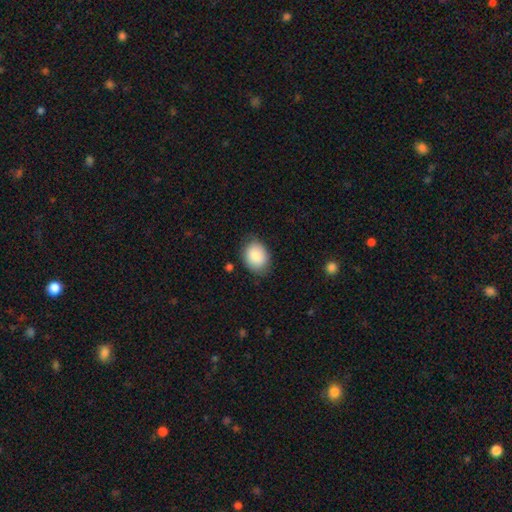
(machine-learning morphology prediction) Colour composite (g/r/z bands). It shows a smooth galaxy with no disk features (85%) that is in between round and cigar-shaped (61%). Merging: none (78%).